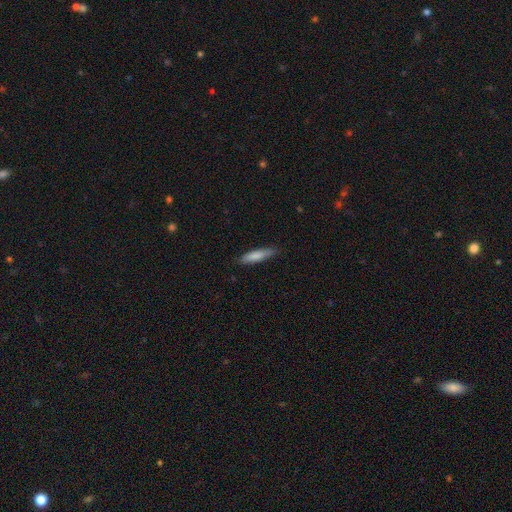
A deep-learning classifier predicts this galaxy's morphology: Smooth or featured: smooth — 80% (featured or disk — 14%)
How rounded: cigar-shaped — 80% (in between — 18%)
Merging: none — 80% (minor disturbance — 16%)